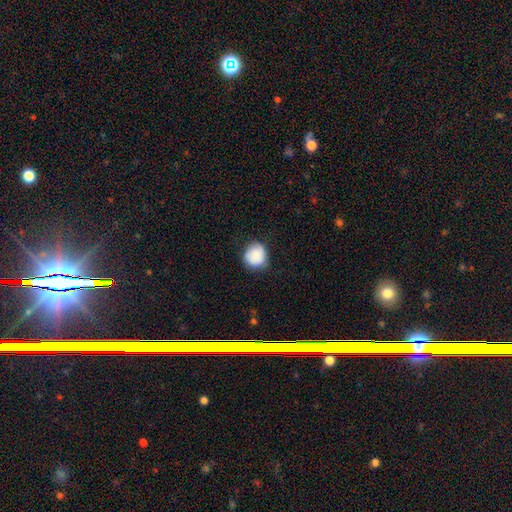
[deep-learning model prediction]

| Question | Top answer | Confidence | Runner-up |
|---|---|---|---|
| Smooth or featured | smooth | 84% | featured or disk (8%) |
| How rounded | round | 88% | in between (11%) |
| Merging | none | 76% | minor disturbance (19%) |